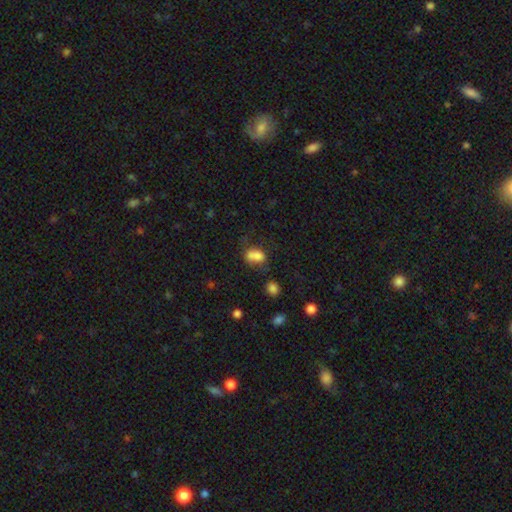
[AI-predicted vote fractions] The model was most divided on "merging": merger: 43%, none: 29%, minor disturbance: 17%, major disturbance: 11%. More confident: smooth or featured — smooth (74%); how rounded — in between (72%).